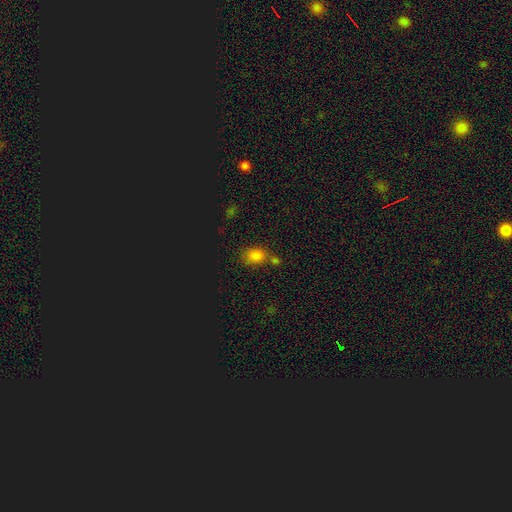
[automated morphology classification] smooth 78%, star or artifact 17%, featured or disk 5%. Down the decision tree: how rounded — in between (60%); merging — none (54%).